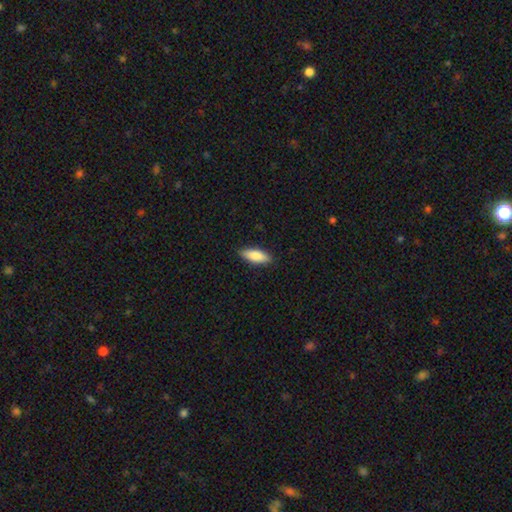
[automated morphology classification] Q: Smooth or featured?
A: smooth (83%); runner-up: featured or disk (11%)
Q: How rounded?
A: in between (67%); runner-up: cigar-shaped (31%)
Q: Merging?
A: none (88%); runner-up: minor disturbance (9%)